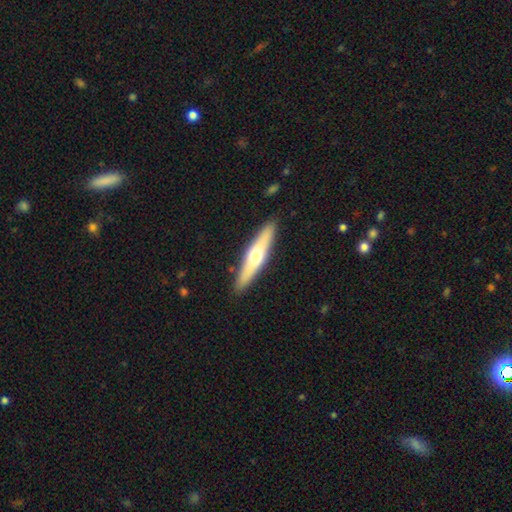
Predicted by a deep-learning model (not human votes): Smooth or featured? featured or disk (50%)
Edge-on disk? yes (89%)
Merging? none (90%)